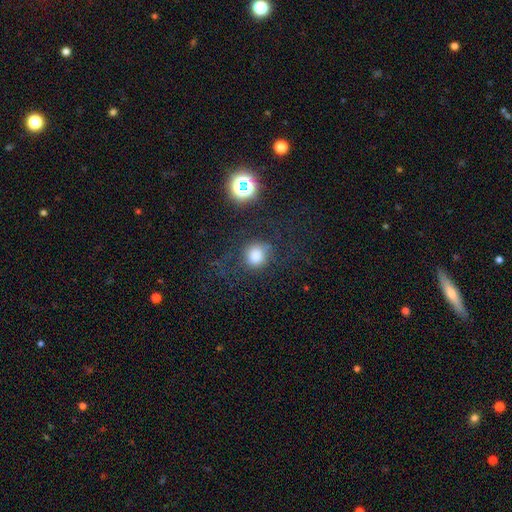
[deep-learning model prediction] Overall: smooth (74%). How rounded: round (77%). Merging: none (62%).